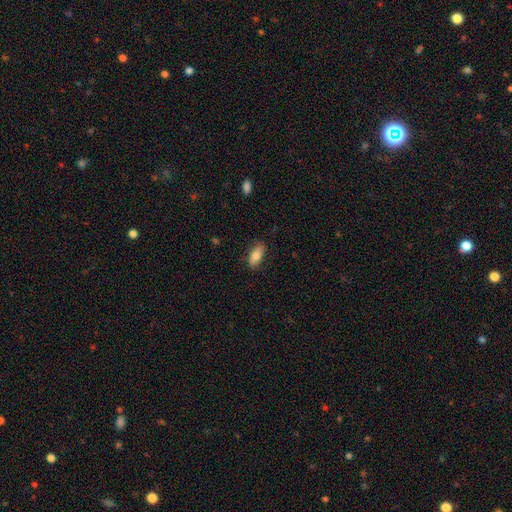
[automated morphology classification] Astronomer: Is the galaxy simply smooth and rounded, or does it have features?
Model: smooth — 78%.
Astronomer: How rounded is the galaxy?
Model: in between — 85%.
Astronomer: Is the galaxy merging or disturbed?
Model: none — 81%.